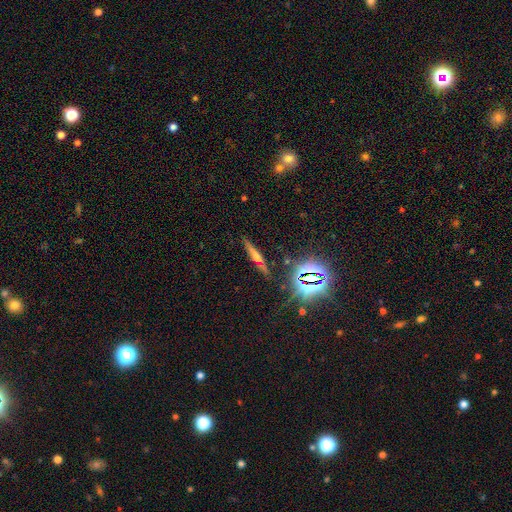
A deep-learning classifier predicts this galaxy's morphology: Q: Smooth or featured?
A: featured or disk (42%); runner-up: smooth (32%)
Q: Merging?
A: none (82%); runner-up: minor disturbance (12%)